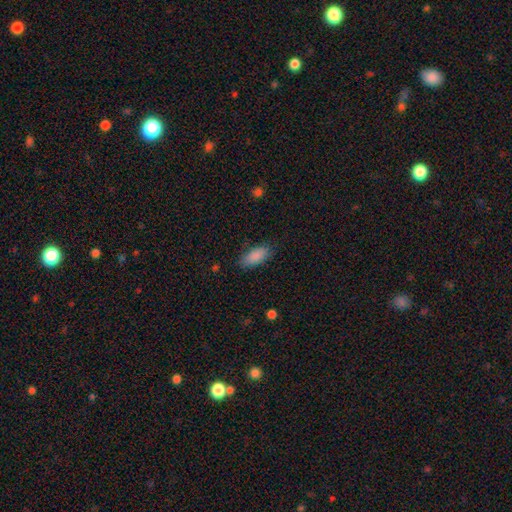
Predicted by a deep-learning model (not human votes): Overall: smooth (88%). How rounded: in between (86%). Merging: none (82%).